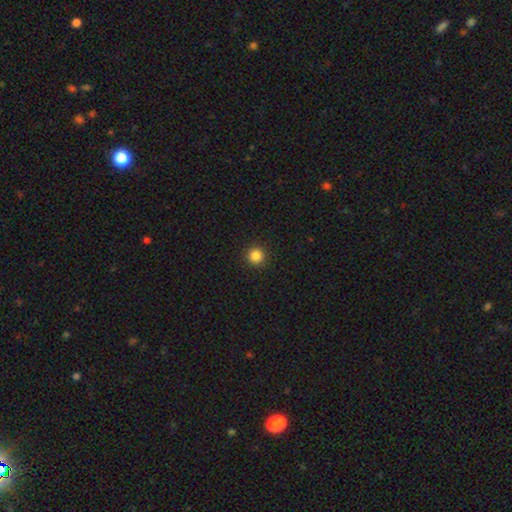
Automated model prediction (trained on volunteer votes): smooth-or-featured: smooth: 85% | star or artifact: 12% | featured or disk: 3%
  how-rounded: round: 95% | in between: 4% | cigar-shaped: 1%
  merging: none: 92% | minor disturbance: 5% | major disturbance: 2% | merger: 1%